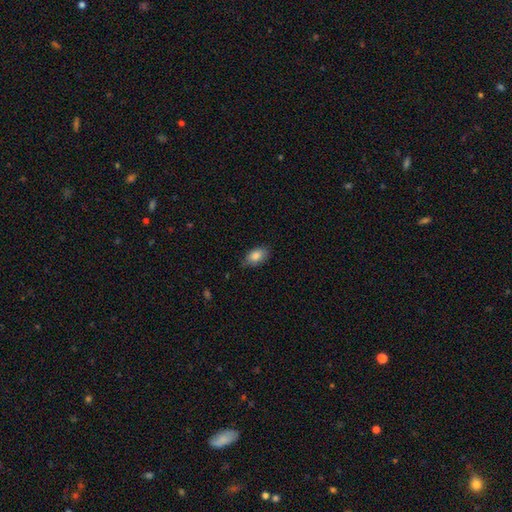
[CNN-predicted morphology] Smooth or featured?
  - smooth: 86% *
  - star or artifact: 7%
  - featured or disk: 7%
How rounded?
  - in between: 90% *
  - round: 8%
  - cigar-shaped: 2%
Merging?
  - none: 78% *
  - minor disturbance: 18%
  - major disturbance: 3%
  - merger: 1%